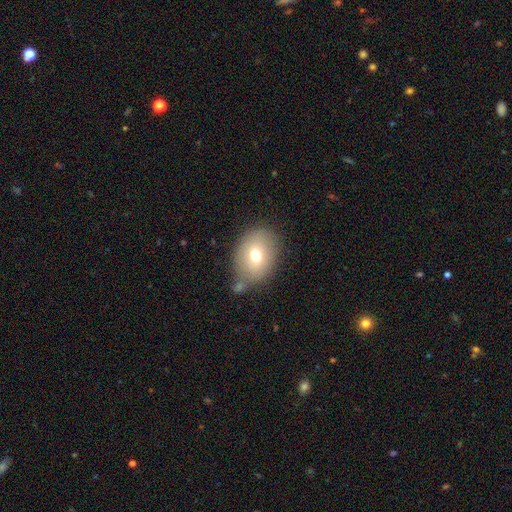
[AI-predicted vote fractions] Q: Smooth or featured?
A: smooth (70%); runner-up: featured or disk (20%)
Q: How rounded?
A: in between (62%); runner-up: round (37%)
Q: Merging?
A: none (59%); runner-up: minor disturbance (20%)